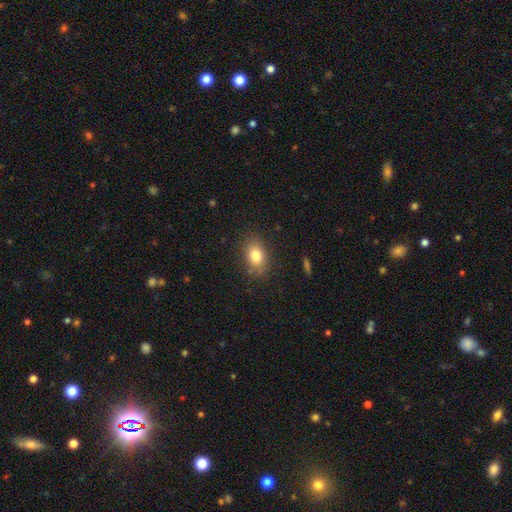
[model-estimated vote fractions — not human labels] Smooth or featured? smooth (80%)
How rounded? in between (76%)
Merging? none (82%)